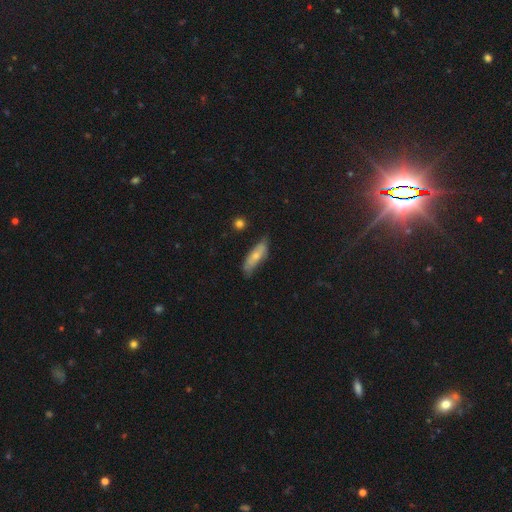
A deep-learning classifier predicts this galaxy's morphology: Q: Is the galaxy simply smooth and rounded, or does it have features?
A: smooth — 62%.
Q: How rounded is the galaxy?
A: in between — 51%.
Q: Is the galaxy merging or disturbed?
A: none — 63%.